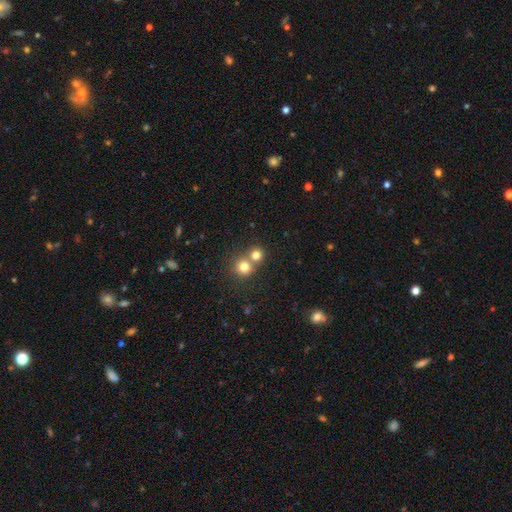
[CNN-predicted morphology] Smooth or featured? Predicted: smooth (p=0.78). How rounded? Predicted: round (p=0.88). Merging? Predicted: none (p=0.50).